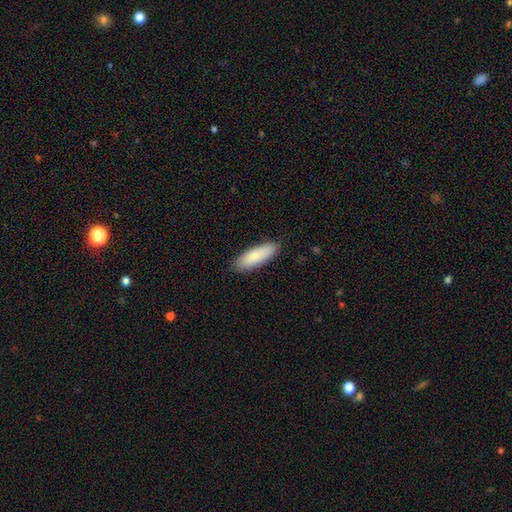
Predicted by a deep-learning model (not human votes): smooth 84%, featured or disk 10%, star or artifact 6%. Down the decision tree: how rounded — in between (53%); merging — none (87%).